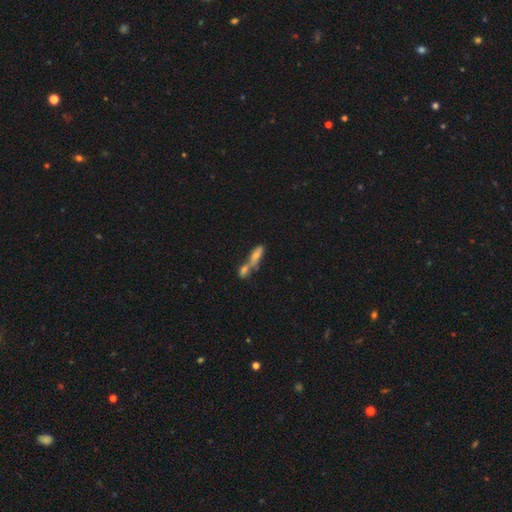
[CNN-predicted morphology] Smooth or featured: smooth — 55% (featured or disk — 33%)
How rounded: cigar-shaped — 53% (in between — 42%)
Merging: merger — 62% (none — 24%)